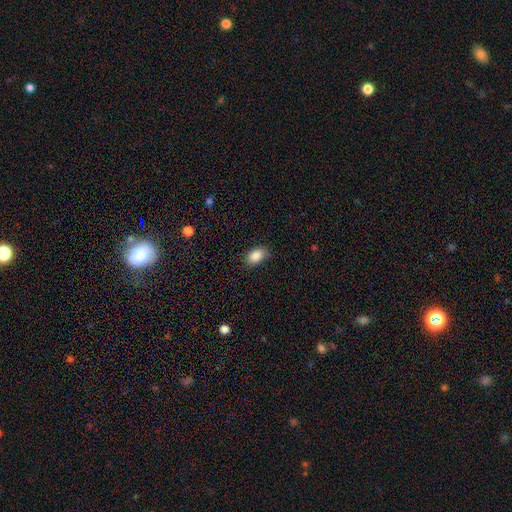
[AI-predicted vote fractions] smooth 88%, star or artifact 8%, featured or disk 4%. Down the decision tree: how rounded — in between (87%); merging — none (81%).